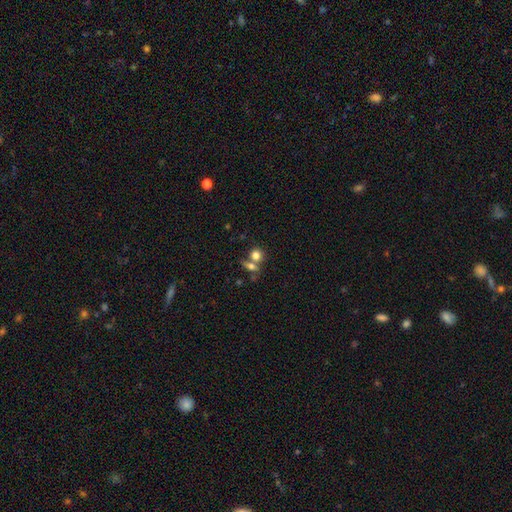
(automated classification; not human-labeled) This is likely a smooth galaxy (76%). How rounded: likely round (76%). Merging: marginally merger (44%).